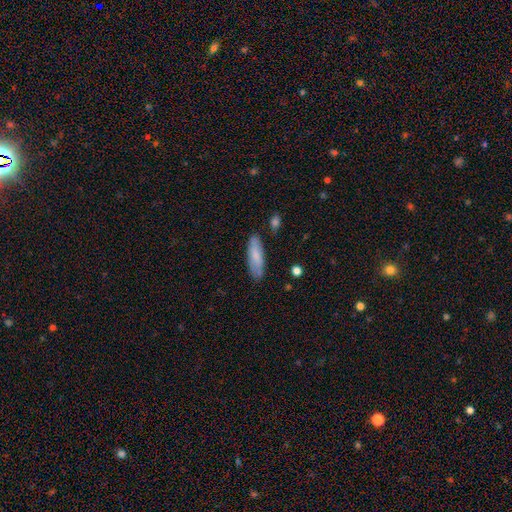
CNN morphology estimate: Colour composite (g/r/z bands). It shows a smooth galaxy with no disk features (79%) that is cigar-shaped (52%). Merging: none (80%).